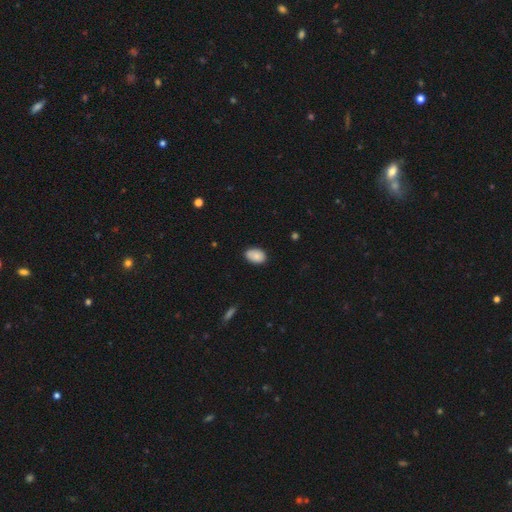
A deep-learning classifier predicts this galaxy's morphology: smooth 84%, featured or disk 8%, star or artifact 7%. Down the decision tree: how rounded — in between (88%); merging — none (77%).